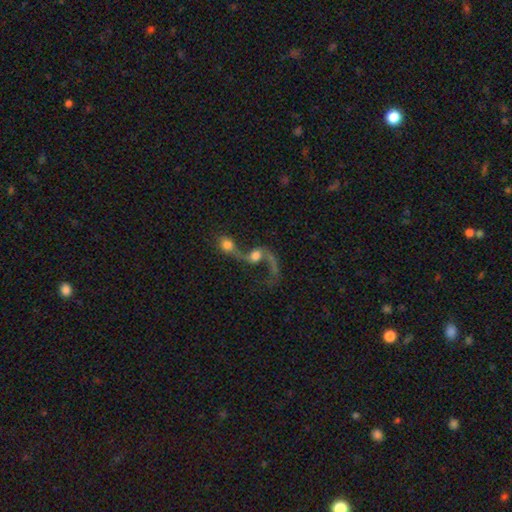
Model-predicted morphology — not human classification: Smooth or featured?
  - featured or disk: 64% *
  - smooth: 25%
  - star or artifact: 11%
Edge-on disk?
  - no: 95% *
  - yes: 5%
Bar?
  - no: 65% *
  - weak: 27%
  - strong: 8%
Spiral arms?
  - yes: 80% *
  - no: 20%
Bulge size?
  - moderate: 42% *
  - large: 30%
  - small: 15%
  - none: 8%
  - dominant: 6%
Merging?
  - merger: 71% *
  - none: 14%
  - major disturbance: 10%
  - minor disturbance: 5%